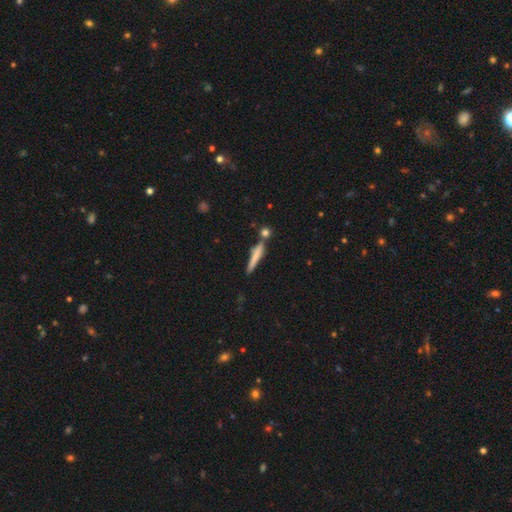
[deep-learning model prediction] Overall: smooth (65%; featured or disk 28%). How rounded: cigar-shaped (92%). Merging: none (70%).